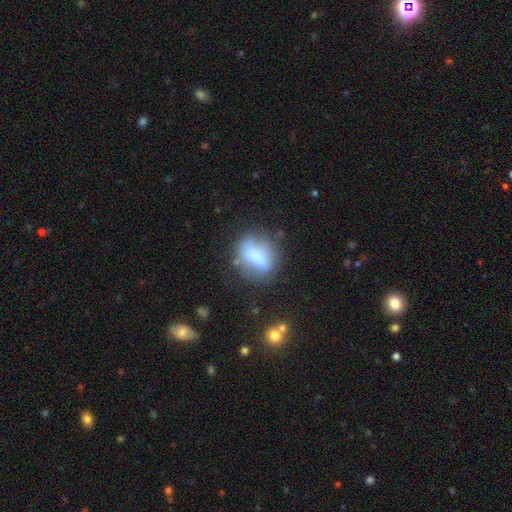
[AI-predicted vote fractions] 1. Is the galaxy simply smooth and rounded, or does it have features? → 60% smooth, 30% featured or disk, 10% star or artifact.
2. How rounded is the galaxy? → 59% in between, 32% round, 9% cigar-shaped.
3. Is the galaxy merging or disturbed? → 60% none, 22% minor disturbance, 10% major disturbance, 8% merger.